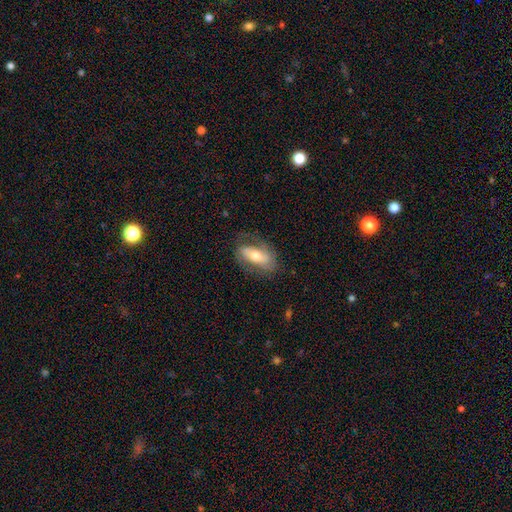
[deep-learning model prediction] Q: Smooth or featured?
A: featured or disk (58%); runner-up: smooth (35%)
Q: Edge-on disk?
A: no (87%); runner-up: yes (13%)
Q: Bar?
A: strong (36%); tied with: no (36%)
Q: Spiral arms?
A: yes (74%); runner-up: no (26%)
Q: Bulge size?
A: moderate (61%); runner-up: small (27%)
Q: Merging?
A: none (66%); runner-up: minor disturbance (20%)